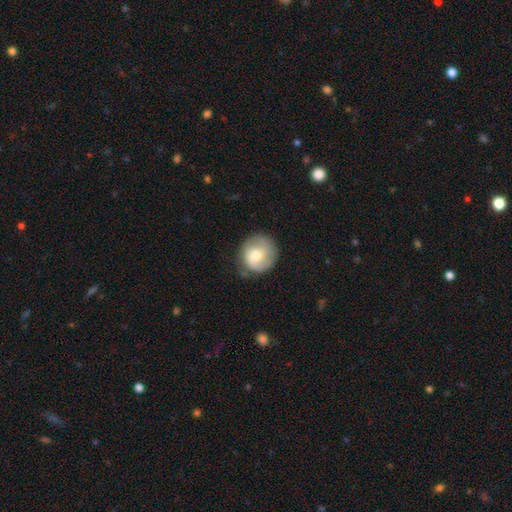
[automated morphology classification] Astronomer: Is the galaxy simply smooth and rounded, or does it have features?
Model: smooth — 54% (runner-up: featured or disk, 40%).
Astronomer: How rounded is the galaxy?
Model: round — 87%.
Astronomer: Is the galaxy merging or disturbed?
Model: none — 68%.